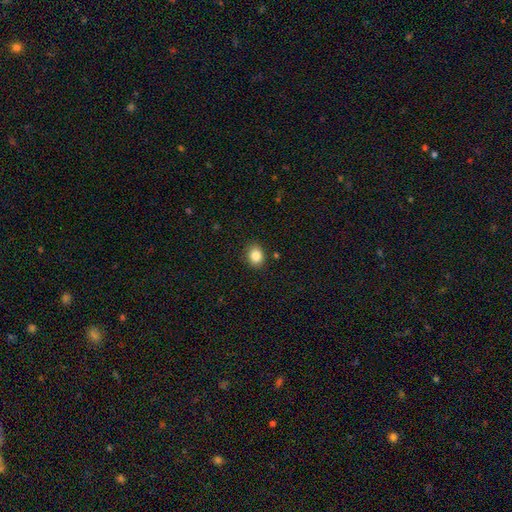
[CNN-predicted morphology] Smooth or featured? smooth (85%)
How rounded? round (58%)
Merging? none (89%)